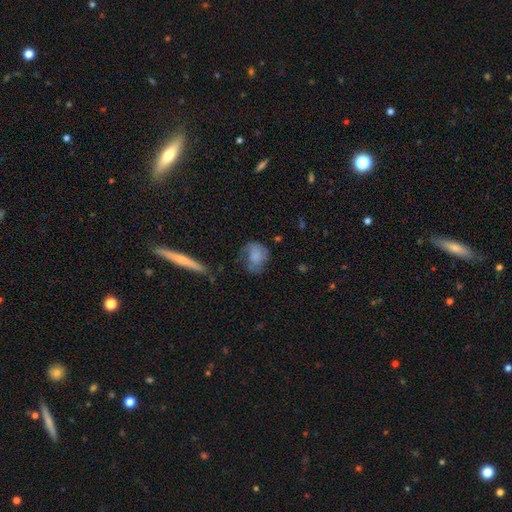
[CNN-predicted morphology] smooth-or-featured: smooth: 58% | featured or disk: 33% | star or artifact: 8%
  how-rounded: round: 54% | in between: 44% | cigar-shaped: 2%
  merging: none: 41% | minor disturbance: 28% | major disturbance: 27% | merger: 4%